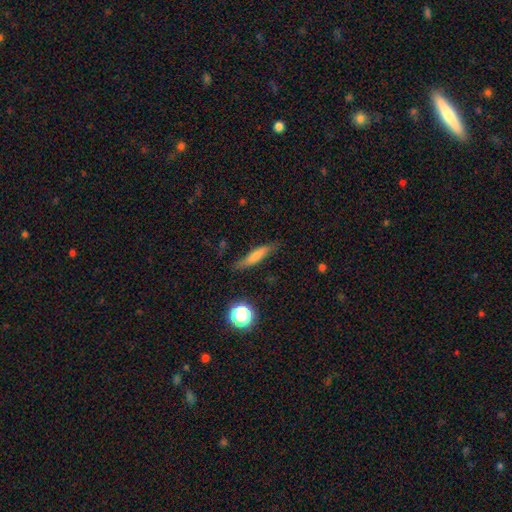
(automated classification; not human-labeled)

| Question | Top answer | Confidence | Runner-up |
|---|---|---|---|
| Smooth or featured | smooth | 67% | featured or disk (23%) |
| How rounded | cigar-shaped | 80% | in between (17%) |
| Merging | none | 77% | minor disturbance (17%) |